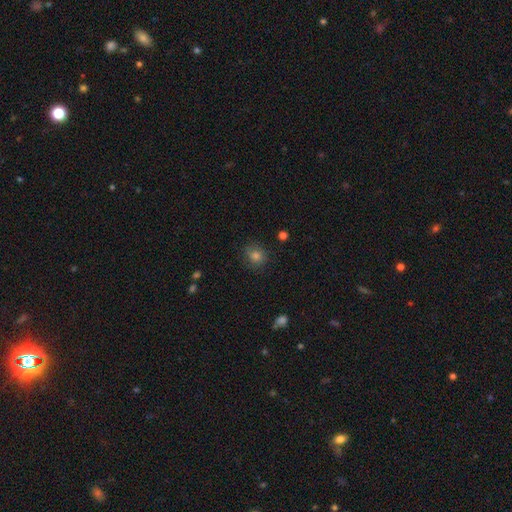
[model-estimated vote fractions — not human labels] Smooth or featured? smooth (79%)
How rounded? round (76%)
Merging? none (81%)